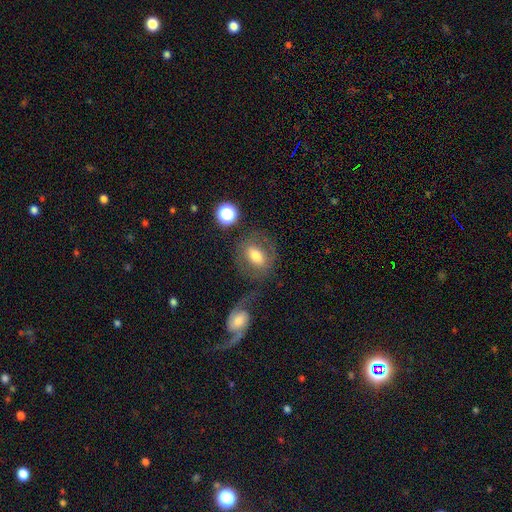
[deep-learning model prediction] Q: Smooth or featured?
A: smooth (54%); runner-up: featured or disk (36%)
Q: How rounded?
A: in between (64%); runner-up: round (34%)
Q: Merging?
A: none (55%); runner-up: minor disturbance (16%)